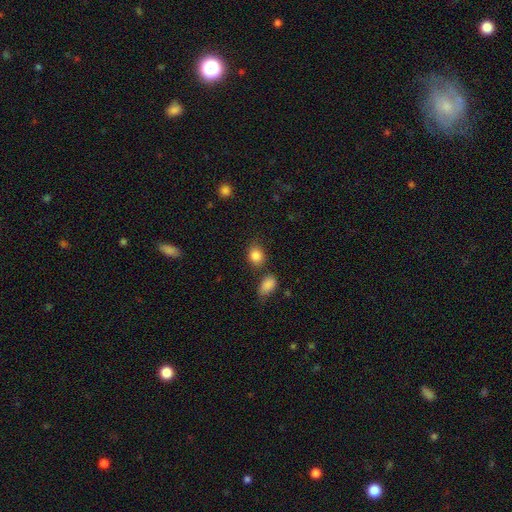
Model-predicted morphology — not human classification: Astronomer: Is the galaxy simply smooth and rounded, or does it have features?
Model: smooth — 86%.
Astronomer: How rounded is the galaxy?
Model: round — 54% (runner-up: in between, 45%).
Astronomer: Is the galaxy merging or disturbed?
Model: none — 72%.